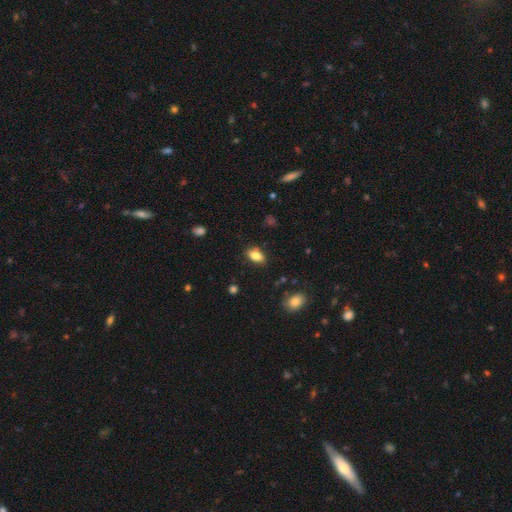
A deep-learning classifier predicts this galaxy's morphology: This is clearly a smooth galaxy (83%). How rounded: clearly in between (88%). Merging: clearly none (82%).